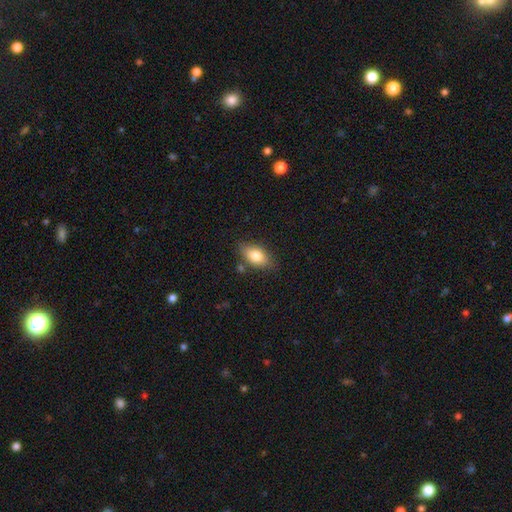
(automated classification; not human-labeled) A smooth galaxy with no disk features (79%) that is in between round and cigar-shaped (88%). Merging: none (79%).